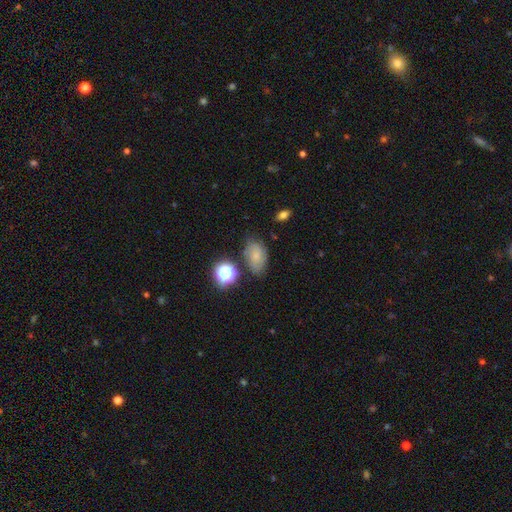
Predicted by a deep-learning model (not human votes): Smooth or featured?
  - smooth: 64% *
  - featured or disk: 21%
  - star or artifact: 15%
How rounded?
  - in between: 84% *
  - round: 14%
  - cigar-shaped: 2%
Merging?
  - none: 67% *
  - minor disturbance: 22%
  - major disturbance: 6%
  - merger: 5%